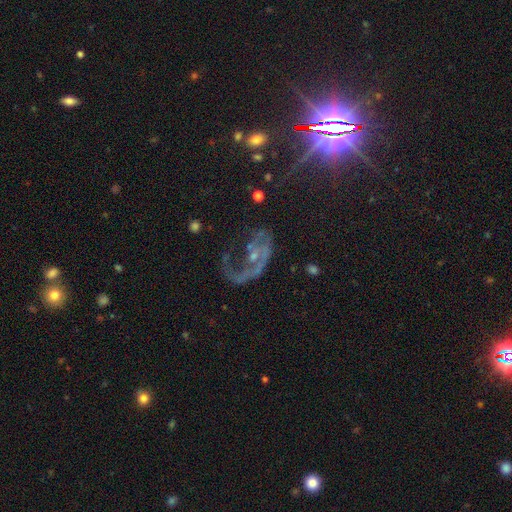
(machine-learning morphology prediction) smooth-or-featured: featured or disk: 67% | star or artifact: 20% | smooth: 13%
  disk-edge-on: no: 96% | yes: 4%
    bar: no: 76% | weak: 18% | strong: 6%
    has-spiral-arms: yes: 69% | no: 31%
    bulge-size: small: 59% | none: 21% | moderate: 17% | large: 2% | dominant: 2%
  merging: major disturbance: 47% | none: 30% | minor disturbance: 15% | merger: 7%